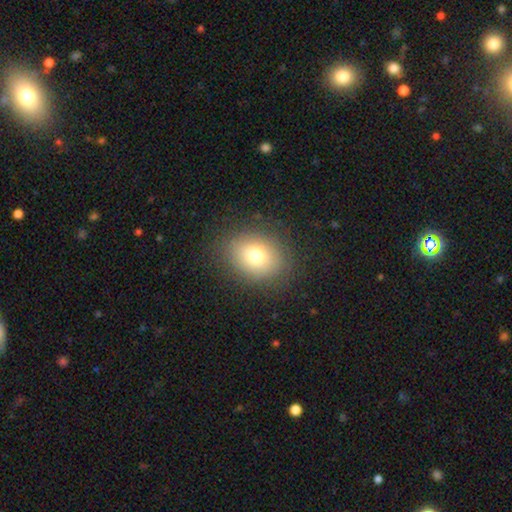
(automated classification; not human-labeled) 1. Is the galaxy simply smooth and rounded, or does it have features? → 75% smooth, 13% featured or disk, 12% star or artifact.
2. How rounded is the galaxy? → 51% round, 48% in between, 1% cigar-shaped.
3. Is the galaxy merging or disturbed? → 85% none, 10% minor disturbance, 4% major disturbance, 1% merger.